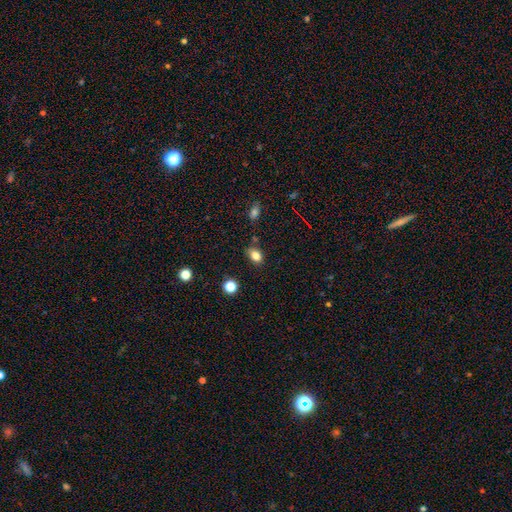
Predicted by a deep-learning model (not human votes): Morphology: type=smooth (82%); roundness=in between (72%); merging=none (76%).